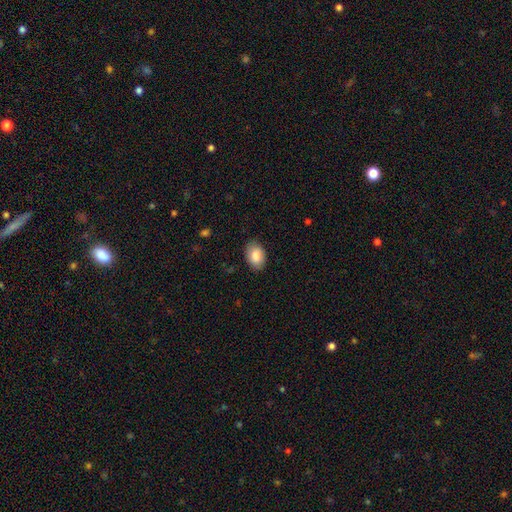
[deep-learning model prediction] Smooth or featured?
  - smooth: 87% *
  - featured or disk: 7%
  - star or artifact: 6%
How rounded?
  - in between: 85% *
  - round: 14%
  - cigar-shaped: 1%
Merging?
  - none: 86% *
  - minor disturbance: 10%
  - major disturbance: 2%
  - merger: 1%